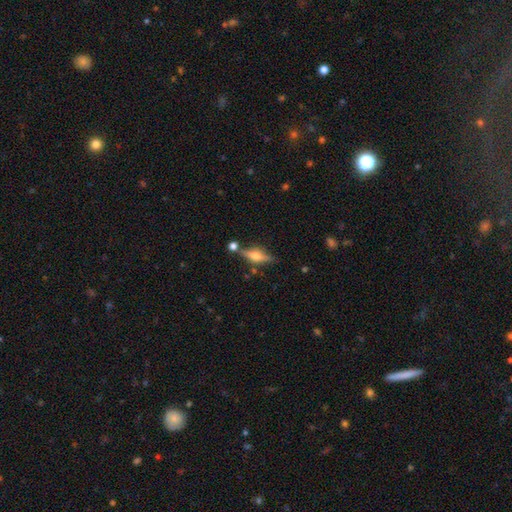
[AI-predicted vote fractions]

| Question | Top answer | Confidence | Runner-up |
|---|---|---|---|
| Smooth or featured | featured or disk | 63% | smooth (29%) |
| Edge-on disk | yes | 94% | no (6%) |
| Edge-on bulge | rounded | 92% | boxy (6%) |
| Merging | none | 76% | minor disturbance (12%) |